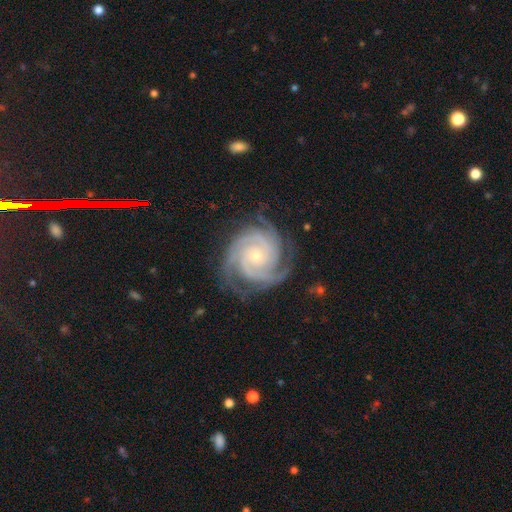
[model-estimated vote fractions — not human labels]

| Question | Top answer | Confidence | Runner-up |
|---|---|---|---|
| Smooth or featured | featured or disk | 93% | star or artifact (4%) |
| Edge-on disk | no | 98% | yes (2%) |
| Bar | no | 75% | weak (18%) |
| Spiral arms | yes | 99% | no (1%) |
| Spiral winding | tight | 77% | medium (21%) |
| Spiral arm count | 3 | 45% | 4 (21%) |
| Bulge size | small | 69% | moderate (27%) |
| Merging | none | 77% | minor disturbance (16%) |